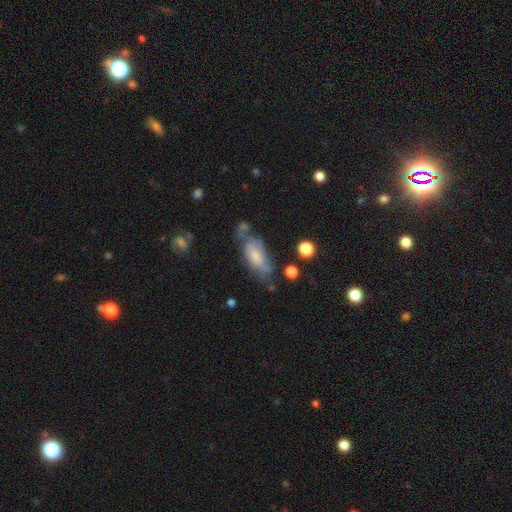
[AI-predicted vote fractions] Smooth or featured?
  - smooth: 59% *
  - featured or disk: 32%
  - star or artifact: 8%
How rounded?
  - in between: 84% *
  - cigar-shaped: 13%
  - round: 3%
Merging?
  - none: 35% *
  - minor disturbance: 32%
  - major disturbance: 21%
  - merger: 12%